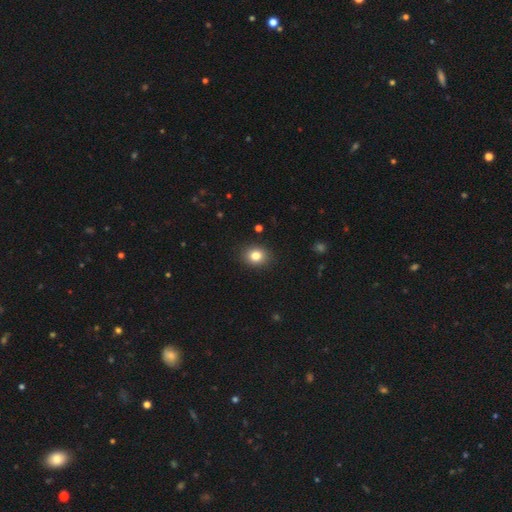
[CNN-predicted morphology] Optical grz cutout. It shows a smooth galaxy with no disk features (82%) that is round (59%). Merging: none (90%).